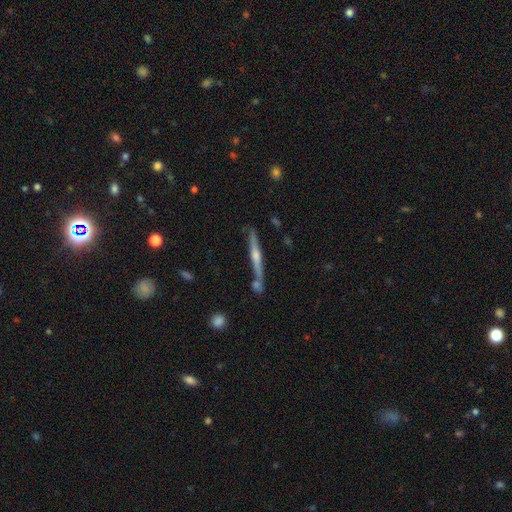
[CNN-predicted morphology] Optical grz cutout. It shows a featured or disk galaxy (72%) viewed edge-on (97%) with a rounded central bulge (77%). Merging: none (77%).